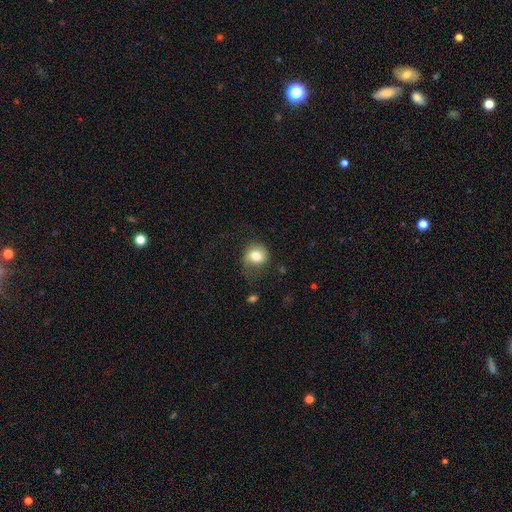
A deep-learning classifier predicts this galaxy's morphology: Q: Smooth or featured?
A: smooth (75%); runner-up: featured or disk (16%)
Q: How rounded?
A: round (72%); runner-up: in between (27%)
Q: Merging?
A: none (56%); runner-up: minor disturbance (28%)